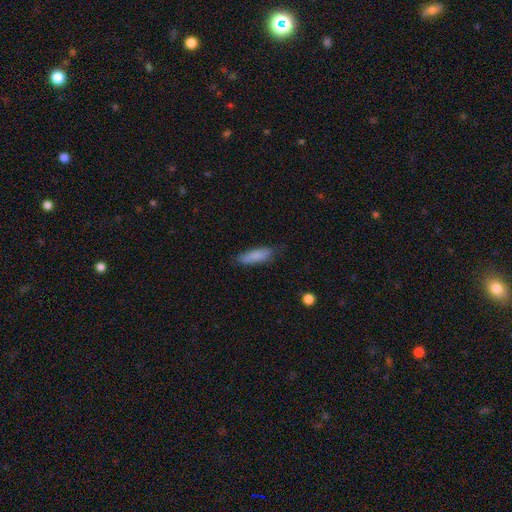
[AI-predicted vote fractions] Smooth or featured? smooth (83%)
How rounded? cigar-shaped (50%)
Merging? none (74%)